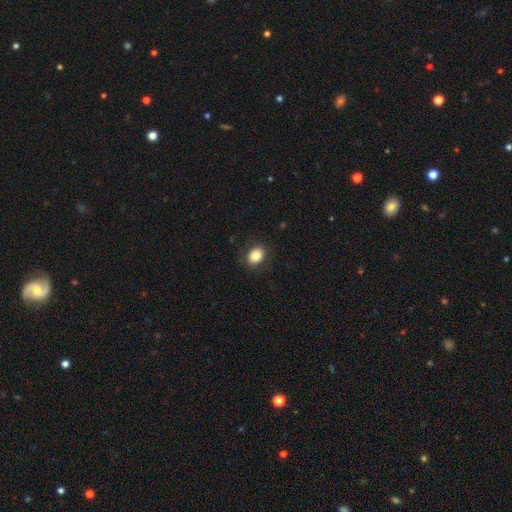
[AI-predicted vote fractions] Smooth or featured?
  - smooth: 83% *
  - star or artifact: 9%
  - featured or disk: 7%
How rounded?
  - in between: 51% *
  - round: 48%
  - cigar-shaped: 1%
Merging?
  - none: 88% *
  - minor disturbance: 9%
  - major disturbance: 3%
  - merger: 1%